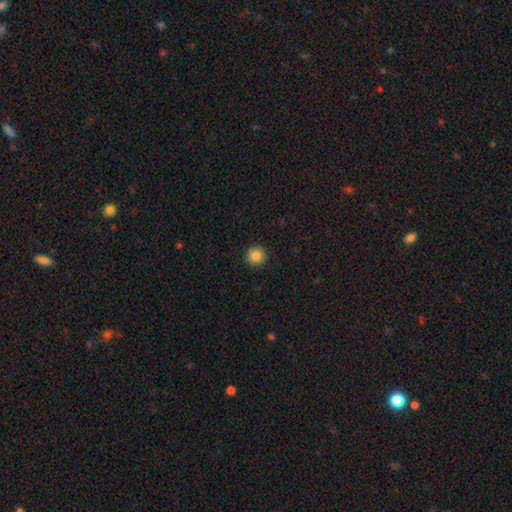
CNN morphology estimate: This is clearly a smooth galaxy (86%). How rounded: clearly round (96%). Merging: clearly none (93%).